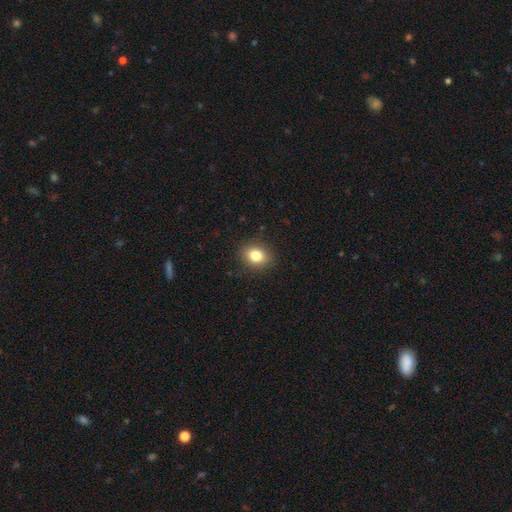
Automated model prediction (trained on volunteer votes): A smooth galaxy with no disk features (82%) that is round (54%).

Vote fractions:
- Smooth or featured? smooth: 82% / star or artifact: 11% / featured or disk: 7%
- How rounded? round: 54% / in between: 45% / cigar-shaped: 1%
- Merging? none: 89% / minor disturbance: 8% / major disturbance: 2% / merger: 1%